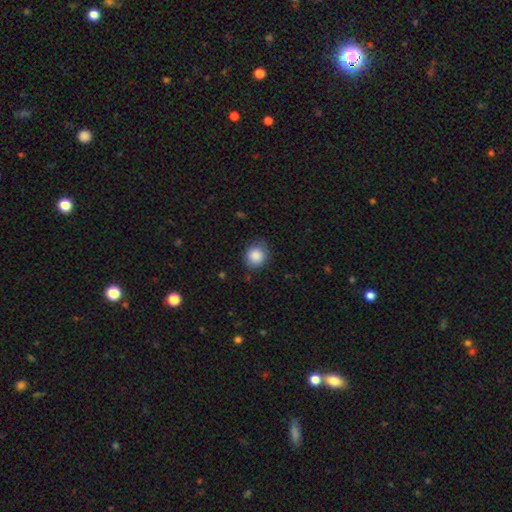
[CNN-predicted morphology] Q: Smooth or featured?
A: smooth (87%); runner-up: star or artifact (9%)
Q: How rounded?
A: round (84%); runner-up: in between (15%)
Q: Merging?
A: none (79%); runner-up: minor disturbance (16%)